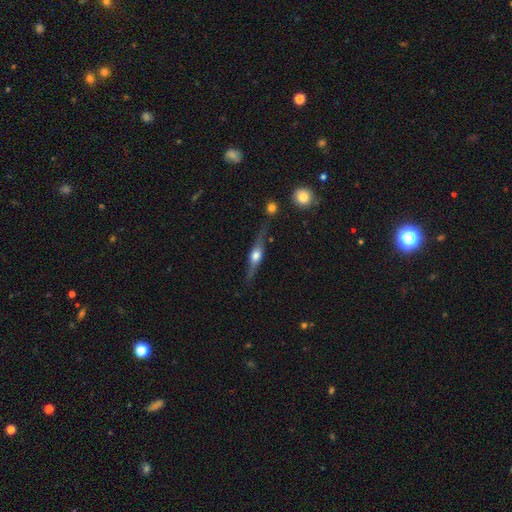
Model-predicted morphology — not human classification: featured or disk 73%, smooth 21%, star or artifact 6%. Down the decision tree: edge-on disk — yes (95%); edge-on bulge — rounded (91%); merging — none (76%).